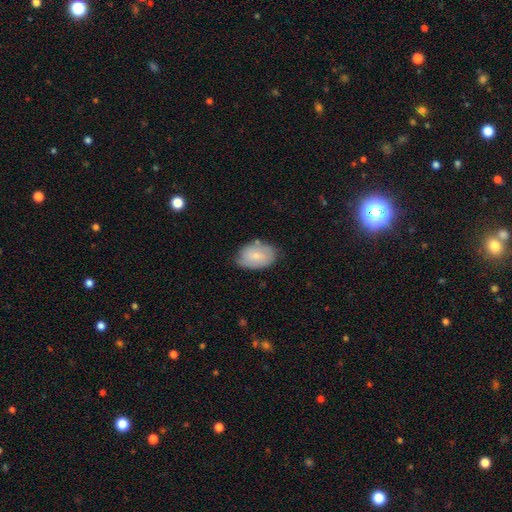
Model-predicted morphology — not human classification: This is likely a smooth galaxy (67%). How rounded: clearly in between (86%). Merging: likely none (65%).